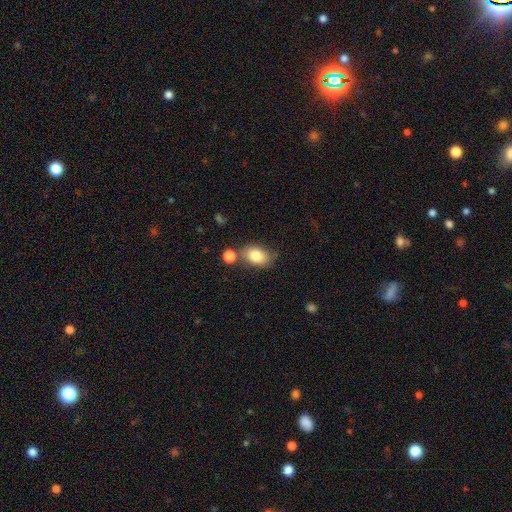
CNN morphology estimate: smooth-or-featured: smooth: 80% | featured or disk: 12% | star or artifact: 9%
  how-rounded: in between: 80% | round: 19% | cigar-shaped: 1%
  merging: none: 66% | minor disturbance: 16% | merger: 14% | major disturbance: 5%